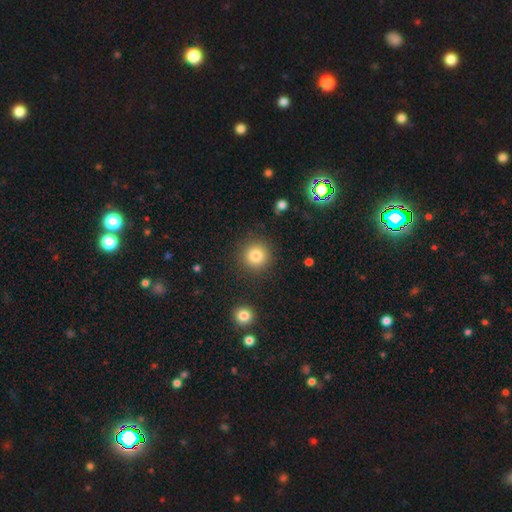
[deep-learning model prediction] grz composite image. It shows a smooth galaxy with no disk features (83%) that is round (94%). Merging: none (89%).